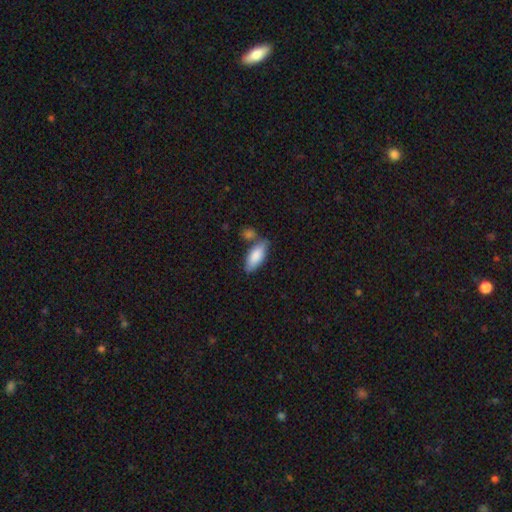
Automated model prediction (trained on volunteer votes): smooth_or_featured: smooth (p=0.84) [alt: featured or disk p=0.11]
how_rounded: in between (p=0.79) [alt: cigar-shaped p=0.19]
merging: none (p=0.64) [alt: minor disturbance p=0.17]